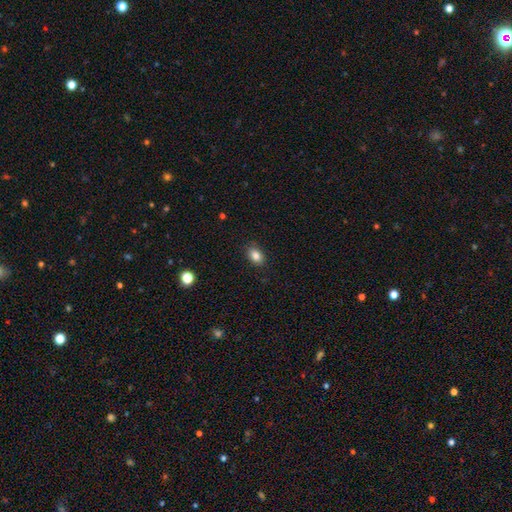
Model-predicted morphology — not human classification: smooth 85%, star or artifact 9%, featured or disk 6%. Down the decision tree: how rounded — in between (80%); merging — none (86%).